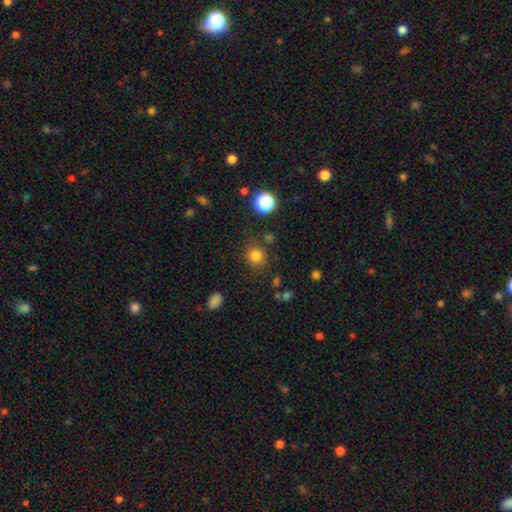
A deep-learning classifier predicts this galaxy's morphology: Smooth or featured? smooth (80%)
How rounded? round (90%)
Merging? none (82%)